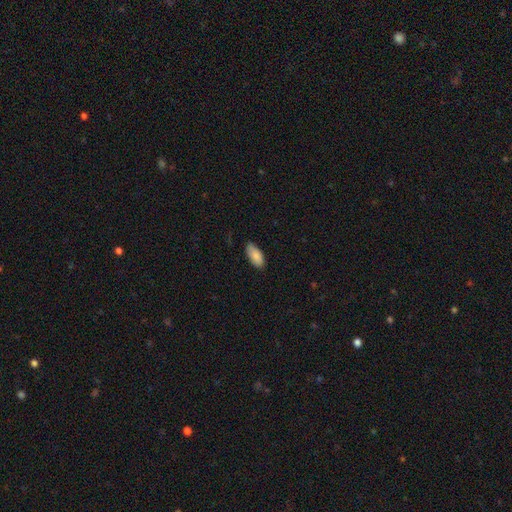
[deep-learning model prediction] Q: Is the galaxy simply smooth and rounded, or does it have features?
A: smooth — 86%.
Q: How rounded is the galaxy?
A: in between — 90%.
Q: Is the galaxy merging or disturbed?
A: none — 77%.